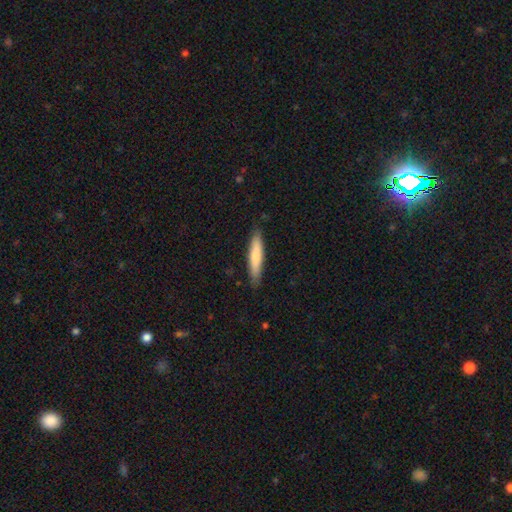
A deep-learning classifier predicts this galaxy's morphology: A smooth galaxy with no disk features (73%) that is cigar-shaped (86%).

Vote fractions:
- Smooth or featured? smooth: 73% / featured or disk: 21% / star or artifact: 5%
- How rounded? cigar-shaped: 86% / in between: 13% / round: 1%
- Merging? none: 86% / minor disturbance: 11% / major disturbance: 2% / merger: 1%